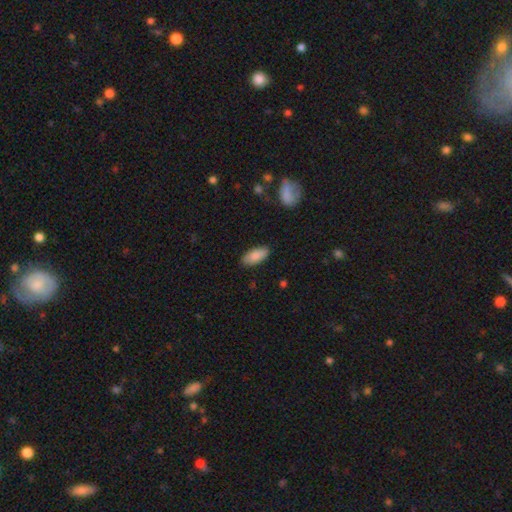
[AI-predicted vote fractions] Morphology: type=smooth (87%); roundness=in between (86%); merging=none (84%).